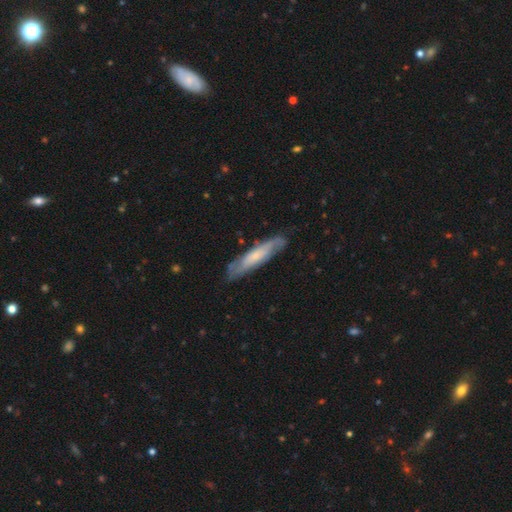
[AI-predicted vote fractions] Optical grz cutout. It shows a featured or disk galaxy (56%) viewed edge-on (50%, tied with no). Merging: none (78%).